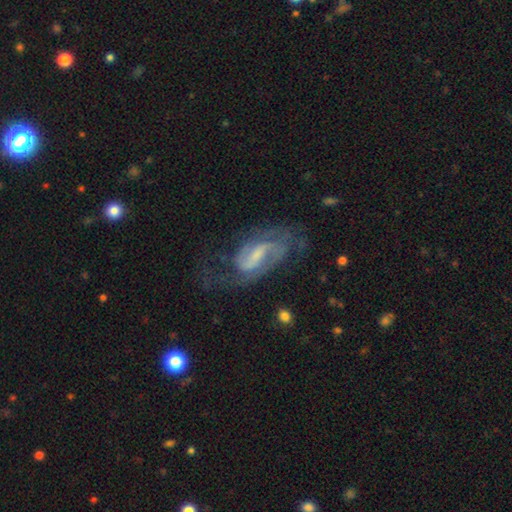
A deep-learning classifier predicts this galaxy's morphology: A featured or disk galaxy (84%) with a weak bar (51%), 2 (76%) medium (50%) spiral arms (95%) and a small central bulge (48%). Merging: none (59%).